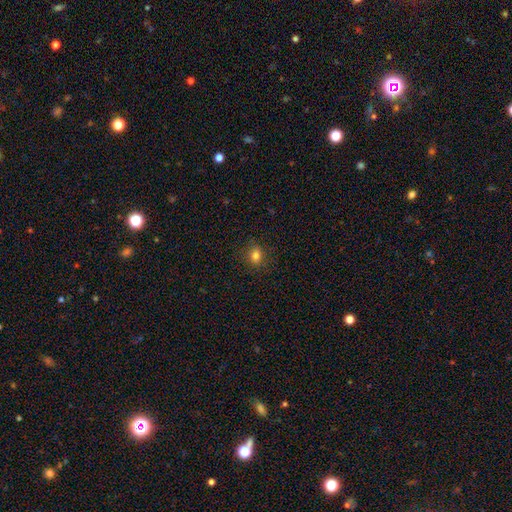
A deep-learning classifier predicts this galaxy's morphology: The model was most divided on "how rounded": round: 64%, in between: 34%, cigar-shaped: 1%. More confident: merging — none (86%); smooth or featured — smooth (79%).